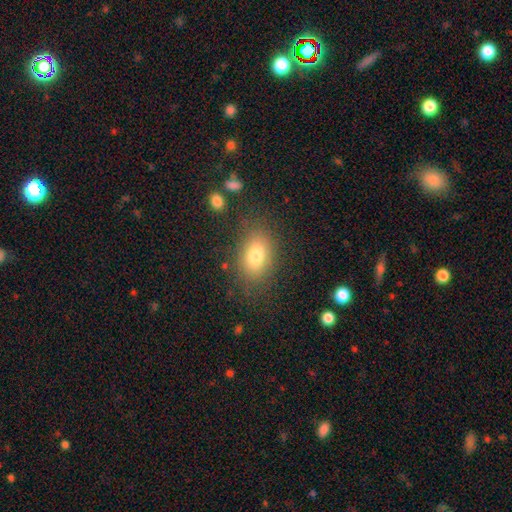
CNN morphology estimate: This is likely a smooth galaxy (78%). How rounded: clearly in between (80%). Merging: clearly none (80%).